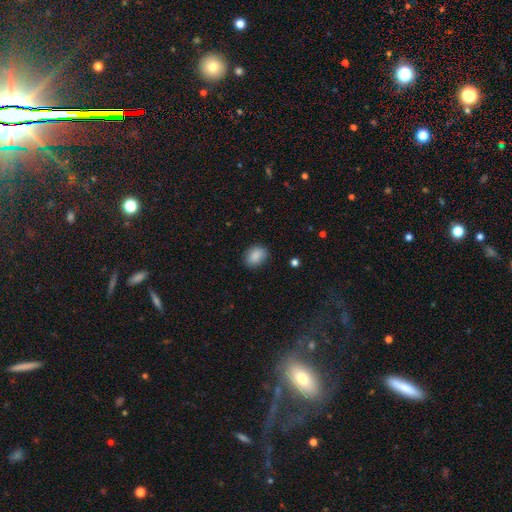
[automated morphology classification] smooth 88%, star or artifact 7%, featured or disk 4%. Down the decision tree: how rounded — in between (72%); merging — none (86%).